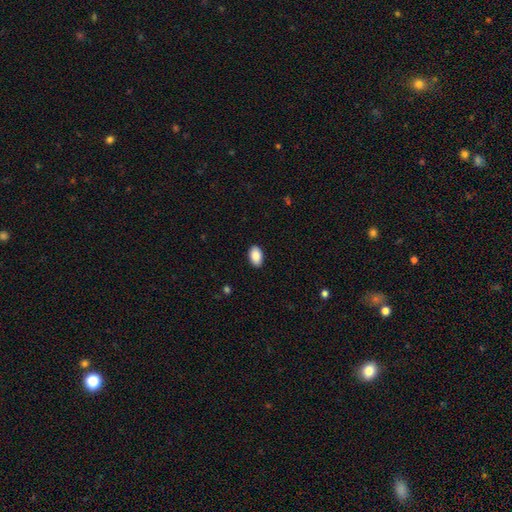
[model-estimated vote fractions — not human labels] Smooth or featured: smooth — 88% (star or artifact — 7%)
How rounded: in between — 93% (round — 6%)
Merging: none — 89% (minor disturbance — 8%)